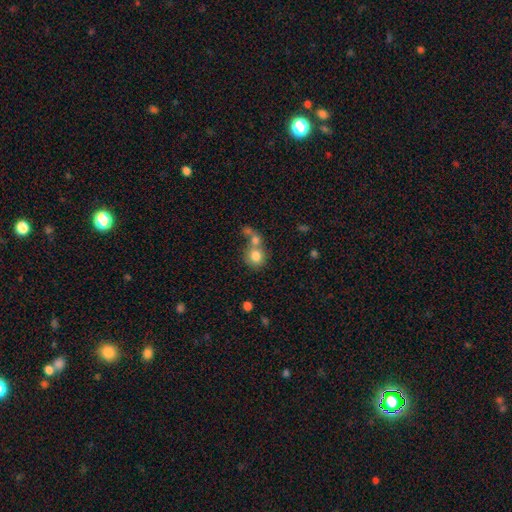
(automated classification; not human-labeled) A smooth galaxy with no disk features (78%) that is round (81%). Merging: merger (47%).